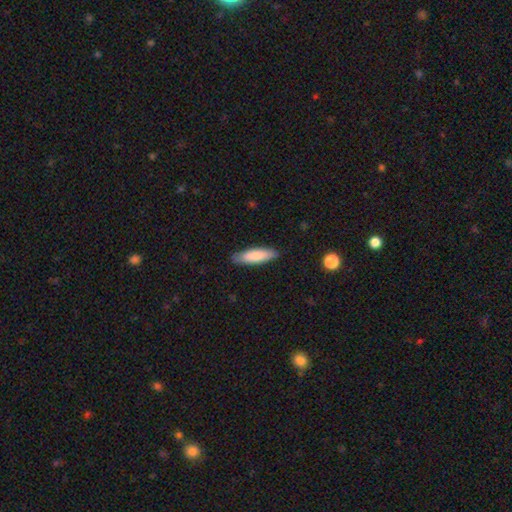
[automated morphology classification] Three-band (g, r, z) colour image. It shows a smooth galaxy with no disk features (80%) that is cigar-shaped (59%). Merging: none (86%).